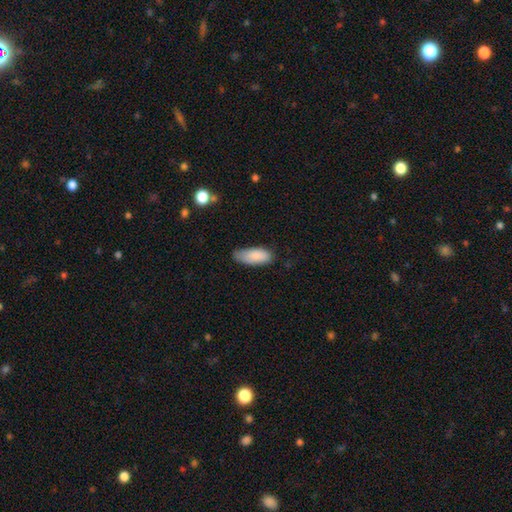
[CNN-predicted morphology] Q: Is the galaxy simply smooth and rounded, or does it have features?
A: smooth — 86%.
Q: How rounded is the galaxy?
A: in between — 82%.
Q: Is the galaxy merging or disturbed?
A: none — 60%.